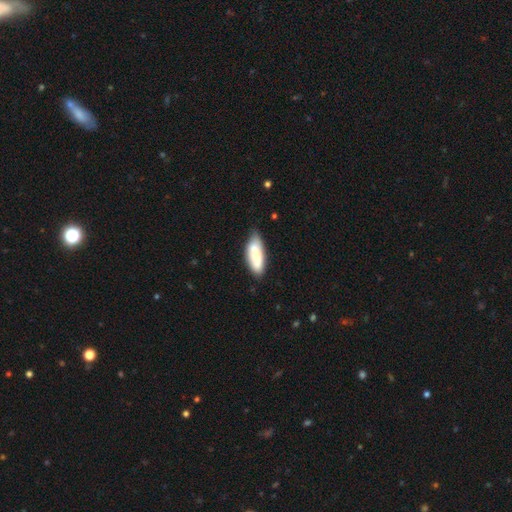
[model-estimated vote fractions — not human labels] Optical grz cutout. It shows a smooth galaxy with no disk features (74%) that is in between round and cigar-shaped (70%). Merging: none (64%).